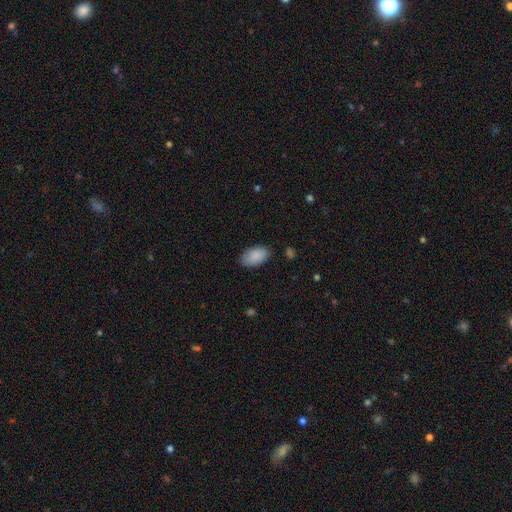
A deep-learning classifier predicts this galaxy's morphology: Smooth or featured?
  - smooth: 90% *
  - star or artifact: 6%
  - featured or disk: 4%
How rounded?
  - in between: 94% *
  - round: 4%
  - cigar-shaped: 2%
Merging?
  - none: 83% *
  - minor disturbance: 13%
  - major disturbance: 3%
  - merger: 1%